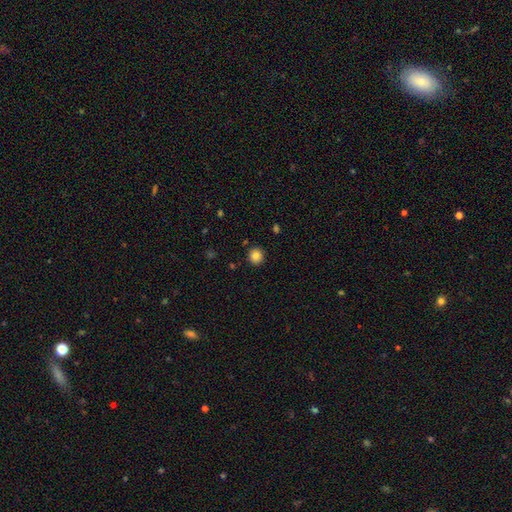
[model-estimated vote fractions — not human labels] smooth-or-featured: smooth: 84% | star or artifact: 10% | featured or disk: 6%
  how-rounded: round: 93% | in between: 6% | cigar-shaped: 1%
  merging: none: 91% | minor disturbance: 6% | major disturbance: 2% | merger: 2%